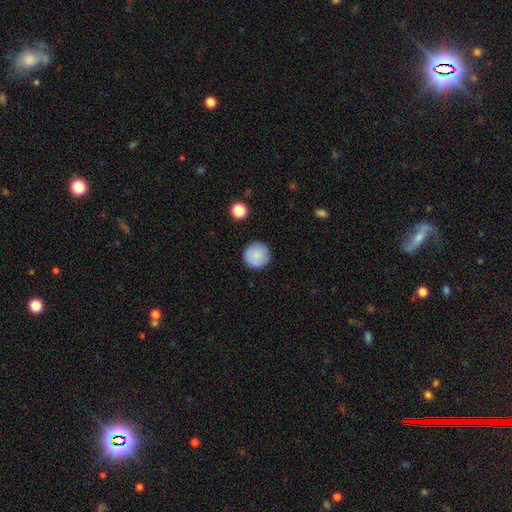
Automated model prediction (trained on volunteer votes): This is clearly a smooth galaxy (83%). How rounded: clearly round (96%). Merging: clearly none (88%).